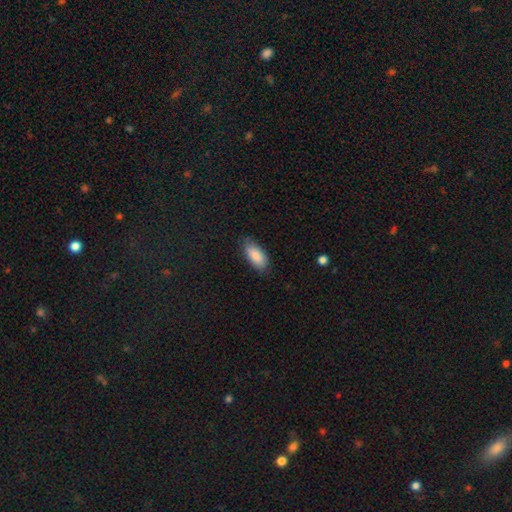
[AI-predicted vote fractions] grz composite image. It shows a smooth galaxy with no disk features (87%) that is in between round and cigar-shaped (89%). Merging: none (76%).